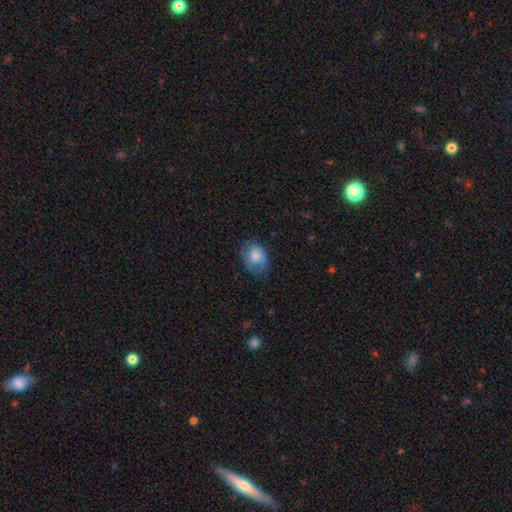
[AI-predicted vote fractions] This appears to be a smooth galaxy with no disk features (72%) that is in between round and cigar-shaped (70%). Merging: none (60%).